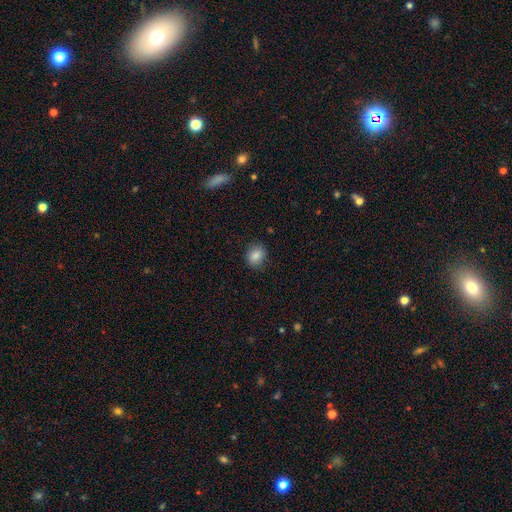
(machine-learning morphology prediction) The model was most divided on "how rounded": round: 60%, in between: 39%, cigar-shaped: 1%. More confident: smooth or featured — smooth (85%); merging — none (81%).